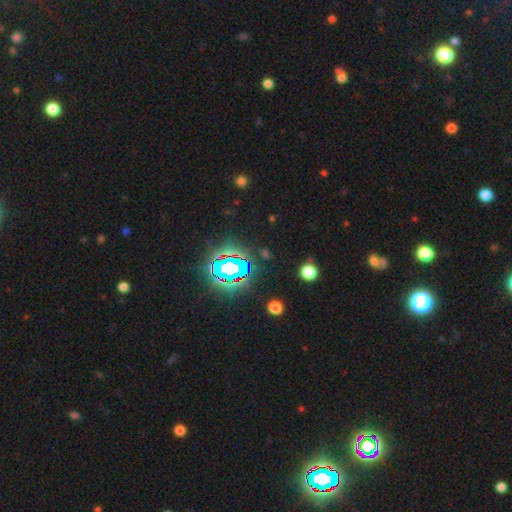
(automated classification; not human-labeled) Smooth or featured: star or artifact — 84% (smooth — 10%)